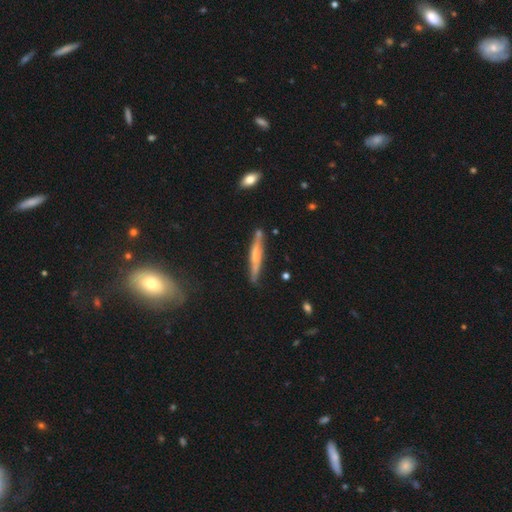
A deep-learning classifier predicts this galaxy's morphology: This appears to be a smooth galaxy with no disk features (47%, tied with featured or disk). Merging: none (77%).